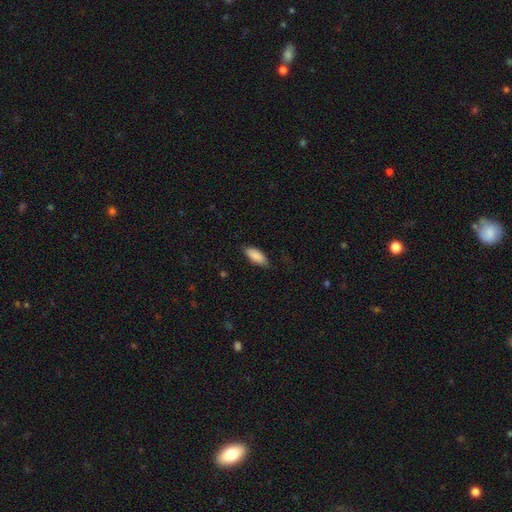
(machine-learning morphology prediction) A smooth galaxy with no disk features (89%) that is in between round and cigar-shaped (81%).

Vote fractions:
- Smooth or featured? smooth: 89% / star or artifact: 6% / featured or disk: 5%
- How rounded? in between: 81% / cigar-shaped: 17% / round: 2%
- Merging? none: 78% / minor disturbance: 17% / major disturbance: 3% / merger: 1%